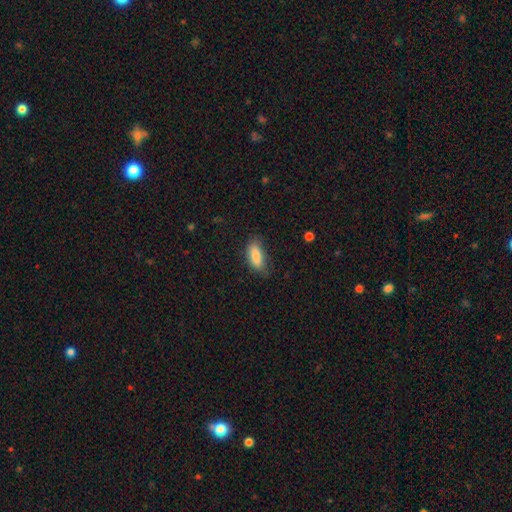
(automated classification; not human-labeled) Smooth or featured?
  - smooth: 83% *
  - featured or disk: 10%
  - star or artifact: 7%
How rounded?
  - in between: 79% *
  - cigar-shaped: 19%
  - round: 2%
Merging?
  - none: 73% *
  - minor disturbance: 21%
  - major disturbance: 5%
  - merger: 1%